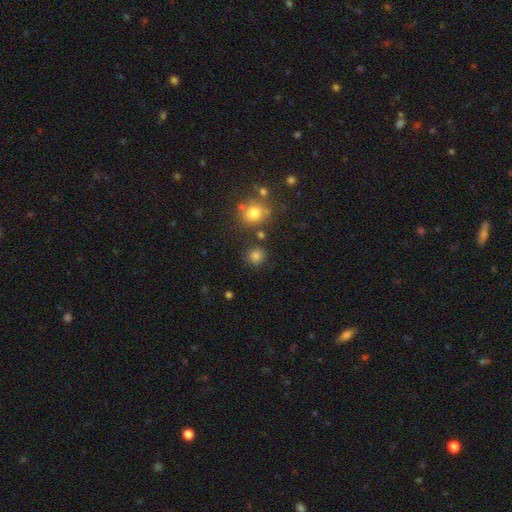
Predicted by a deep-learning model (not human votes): Smooth or featured: smooth — 80% (star or artifact — 14%)
How rounded: round — 90% (in between — 9%)
Merging: none — 84% (minor disturbance — 8%)